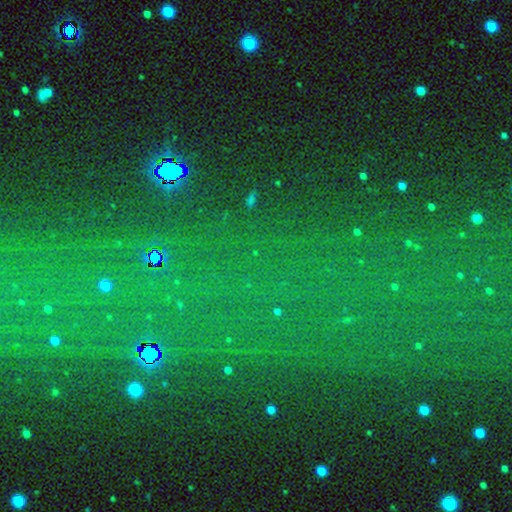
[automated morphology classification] Smooth or featured? Predicted: star or artifact (p=0.80).